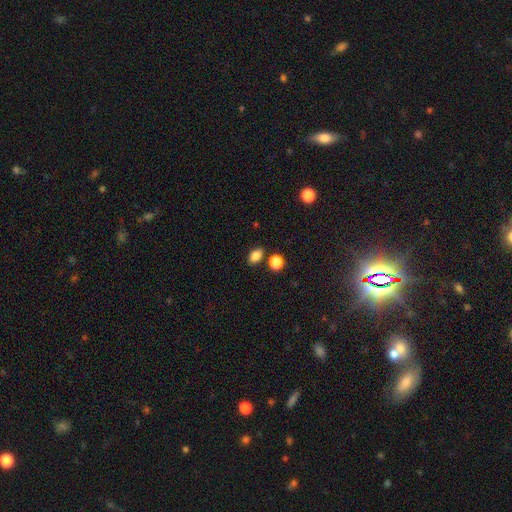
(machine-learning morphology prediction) This is clearly a smooth galaxy (84%). How rounded: clearly in between (82%). Merging: likely none (79%).